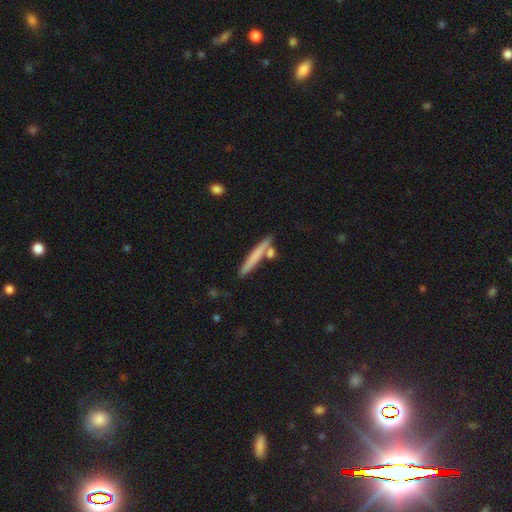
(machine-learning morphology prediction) Overall: smooth (63%; featured or disk 31%). How rounded: cigar-shaped (95%). Merging: none (77%).